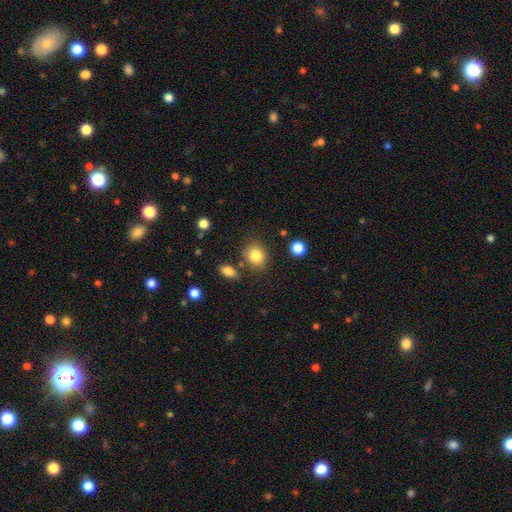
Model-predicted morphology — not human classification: smooth_or_featured: smooth (p=0.84) [alt: star or artifact p=0.09]
how_rounded: round (p=0.62) [alt: in between p=0.37]
merging: none (p=0.78) [alt: minor disturbance p=0.12]